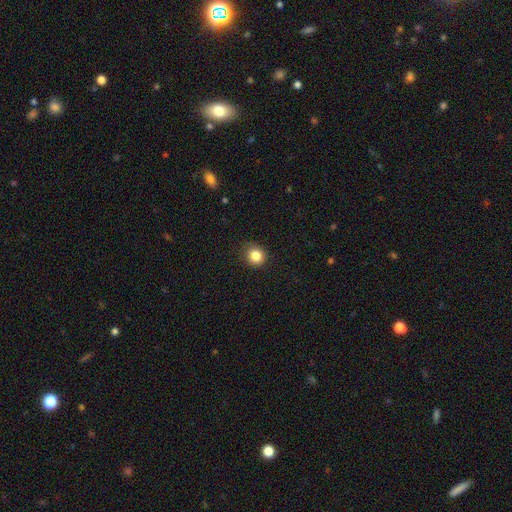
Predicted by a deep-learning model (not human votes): Smooth or featured? smooth (84%)
How rounded? round (85%)
Merging? none (83%)